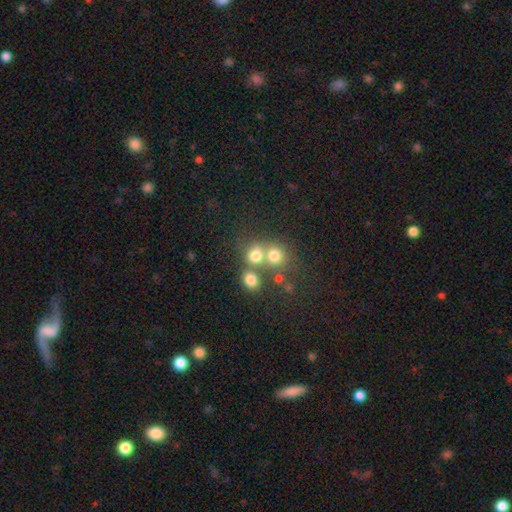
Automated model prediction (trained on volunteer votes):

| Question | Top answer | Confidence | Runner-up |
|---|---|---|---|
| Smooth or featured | smooth | 73% | star or artifact (15%) |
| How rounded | round | 76% | in between (23%) |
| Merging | none | 45% | merger (43%) |